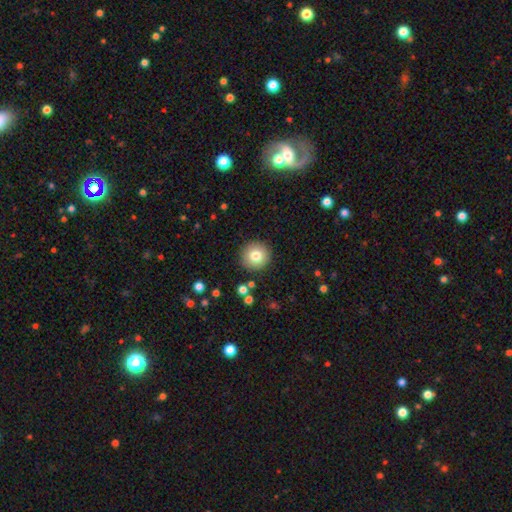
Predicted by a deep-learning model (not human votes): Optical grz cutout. It shows a smooth galaxy with no disk features (78%) that is round (95%). Merging: none (90%).